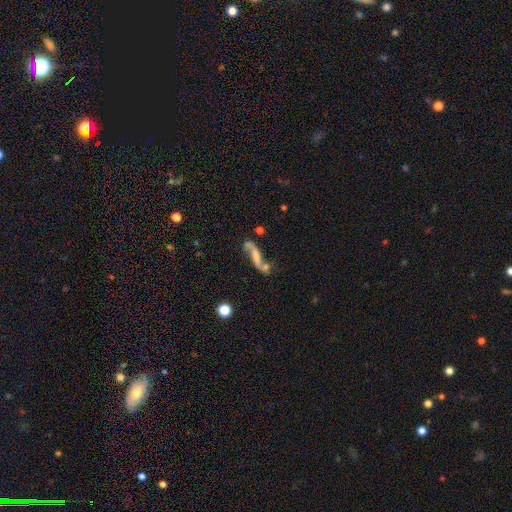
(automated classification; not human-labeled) smooth_or_featured: featured or disk (p=0.69) [alt: smooth p=0.22]
disk_edge_on: no (p=0.83) [alt: yes p=0.17]
bar: no (p=0.48) [alt: weak p=0.31]
has_spiral_arms: yes (p=0.85) [alt: no p=0.15]
bulge_size: none (p=0.51) [alt: small p=0.24]
merging: none (p=0.45) [alt: merger p=0.24]